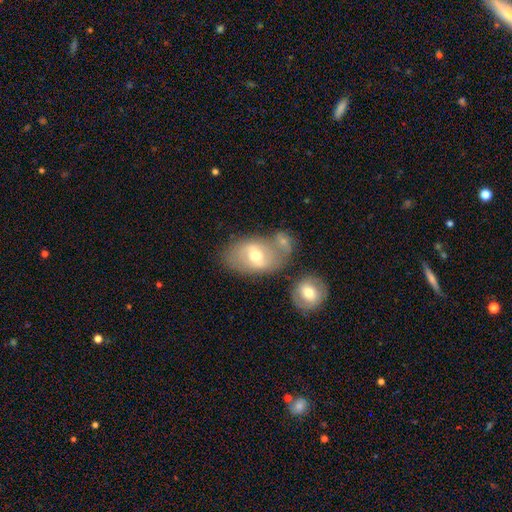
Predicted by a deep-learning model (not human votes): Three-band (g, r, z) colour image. It shows a featured or disk galaxy (47%). Merging: none (50%).